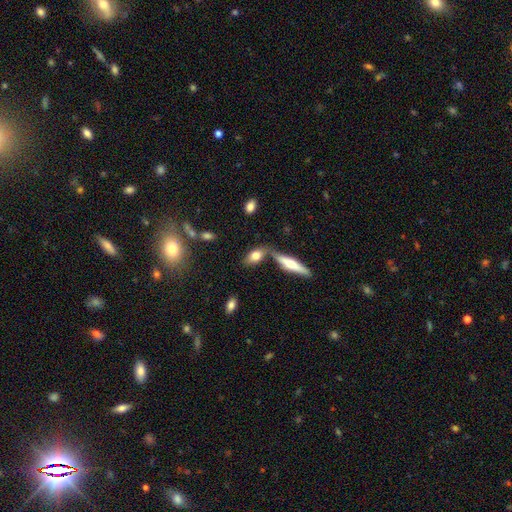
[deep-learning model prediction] smooth_or_featured: smooth (p=0.69) [alt: featured or disk p=0.23]
how_rounded: in between (p=0.79) [alt: cigar-shaped p=0.16]
merging: none (p=0.60) [alt: merger p=0.22]